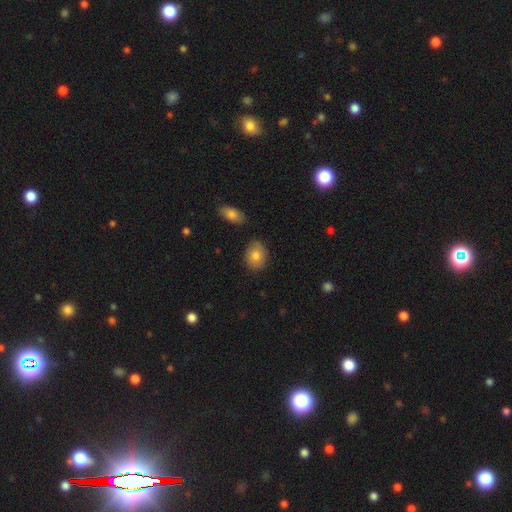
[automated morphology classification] Smooth or featured? Predicted: smooth (p=0.81). How rounded? Predicted: in between (p=0.53). Merging? Predicted: none (p=0.82).